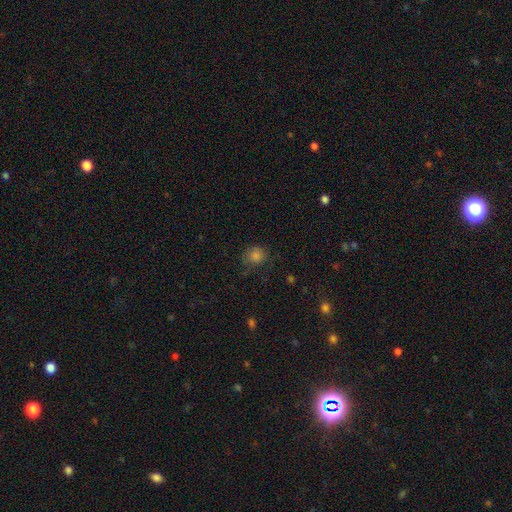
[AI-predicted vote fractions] smooth 75%, star or artifact 18%, featured or disk 7%. Down the decision tree: how rounded — round (82%); merging — none (70%).